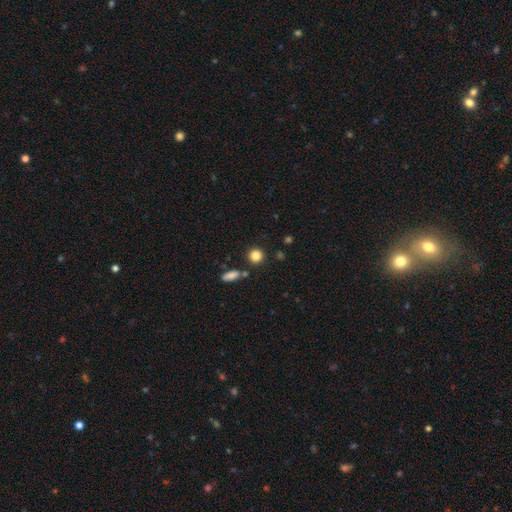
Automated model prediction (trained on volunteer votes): This appears to be a smooth galaxy with no disk features (84%) that is round (89%). Merging: none (84%).